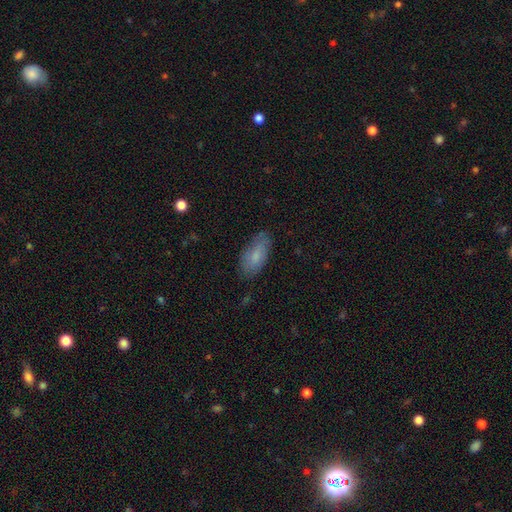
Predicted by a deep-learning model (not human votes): Overall: smooth (75%). How rounded: in between (88%). Merging: none (77%).